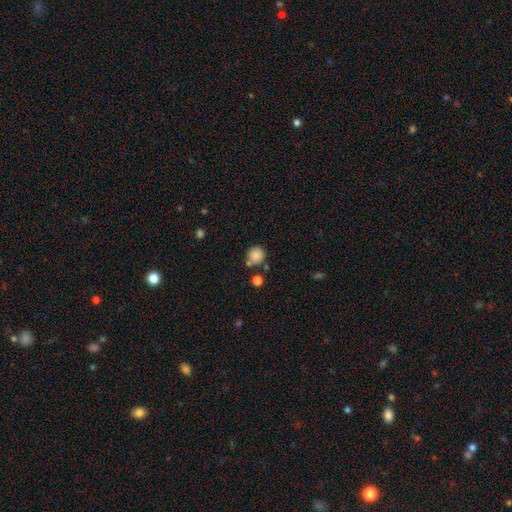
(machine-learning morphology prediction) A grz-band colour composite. It shows a smooth galaxy with no disk features (85%) that is round (91%). Merging: none (73%).